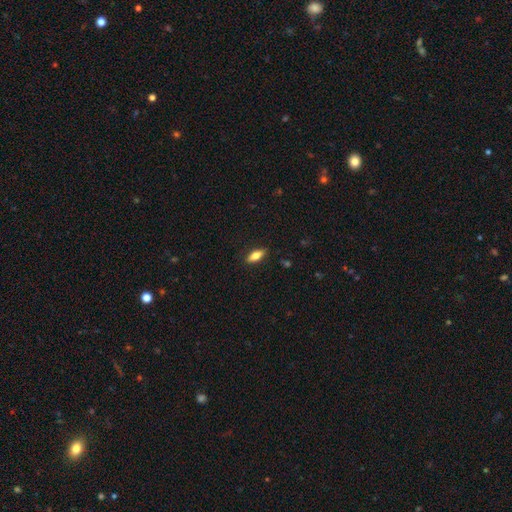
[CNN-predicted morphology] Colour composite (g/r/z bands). It shows a smooth galaxy with no disk features (67%) that is in between round and cigar-shaped (71%). Merging: none (87%).